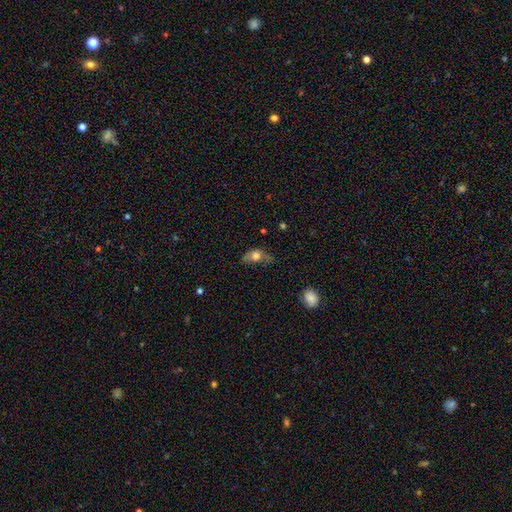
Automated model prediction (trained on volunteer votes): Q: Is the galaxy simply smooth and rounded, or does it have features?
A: smooth — 64%.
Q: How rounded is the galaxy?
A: in between — 76%.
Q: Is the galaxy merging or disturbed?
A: none — 39%.